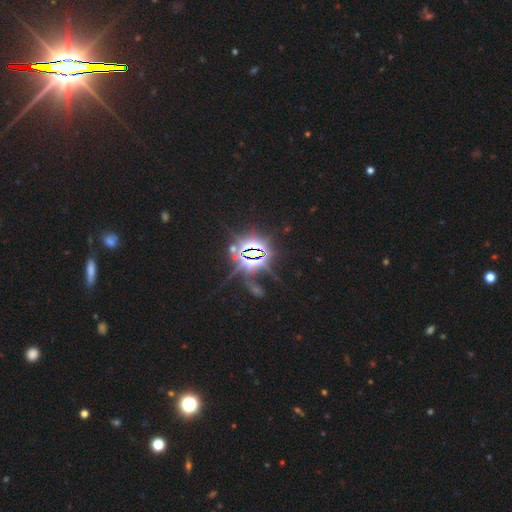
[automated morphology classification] This appears to be a star or artifact, not a galaxy (84%).